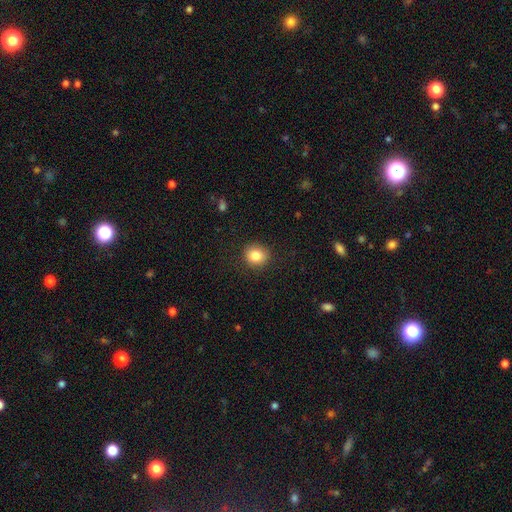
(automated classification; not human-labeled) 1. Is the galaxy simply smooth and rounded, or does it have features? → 84% smooth, 10% star or artifact, 7% featured or disk.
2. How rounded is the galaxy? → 82% round, 17% in between, 1% cigar-shaped.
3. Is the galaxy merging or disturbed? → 89% none, 8% minor disturbance, 2% major disturbance, 1% merger.